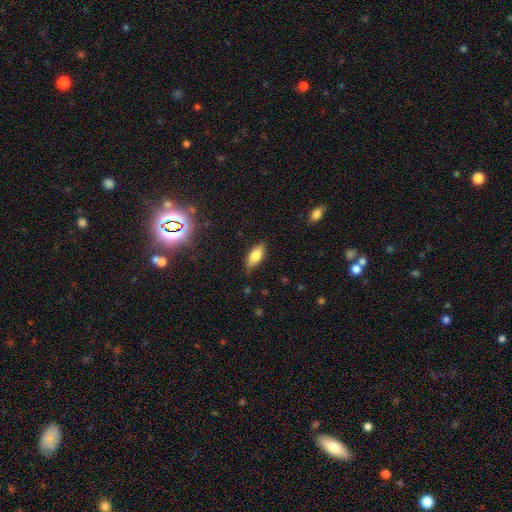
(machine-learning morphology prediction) The model was most divided on "smooth or featured": smooth: 77%, featured or disk: 15%, star or artifact: 9%. More confident: how rounded — in between (84%); merging — none (82%).